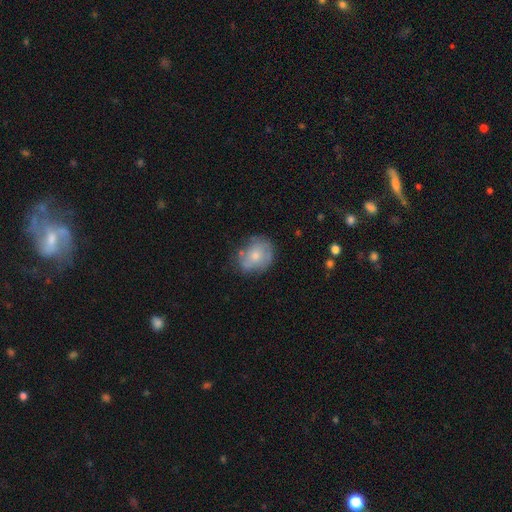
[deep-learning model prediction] Morphology: type=smooth (58%); roundness=round (57%); merging=none (59%).